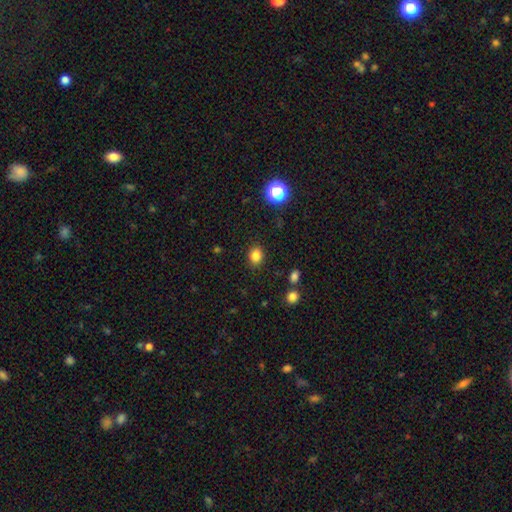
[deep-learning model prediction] Smooth or featured? Predicted: smooth (p=0.83). How rounded? Predicted: round (p=0.59). Merging? Predicted: none (p=0.87).